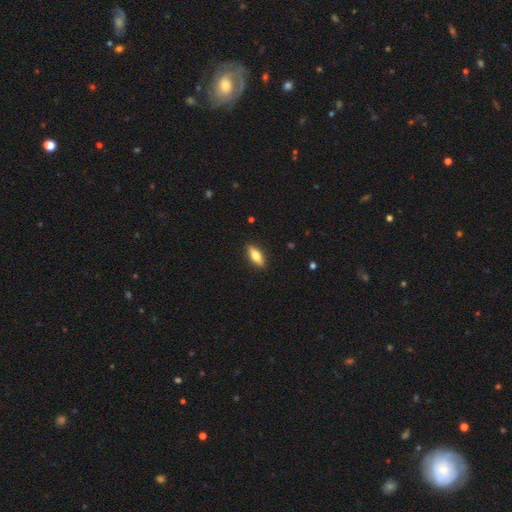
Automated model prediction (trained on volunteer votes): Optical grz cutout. It shows a smooth galaxy with no disk features (66%) that is in between round and cigar-shaped (67%). Merging: none (89%).